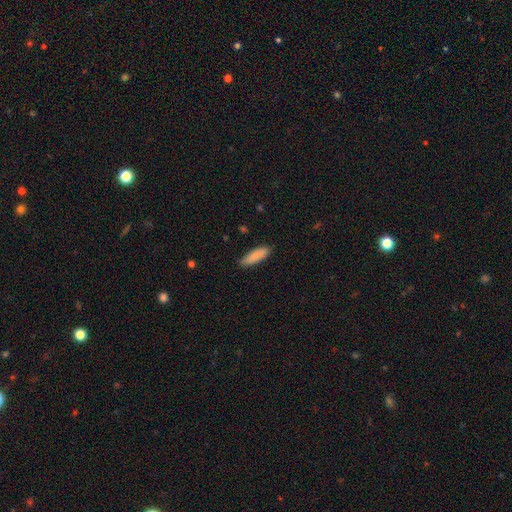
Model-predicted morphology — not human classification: Smooth or featured? Predicted: smooth (p=0.86). How rounded? Predicted: in between (p=0.53). Merging? Predicted: none (p=0.84).